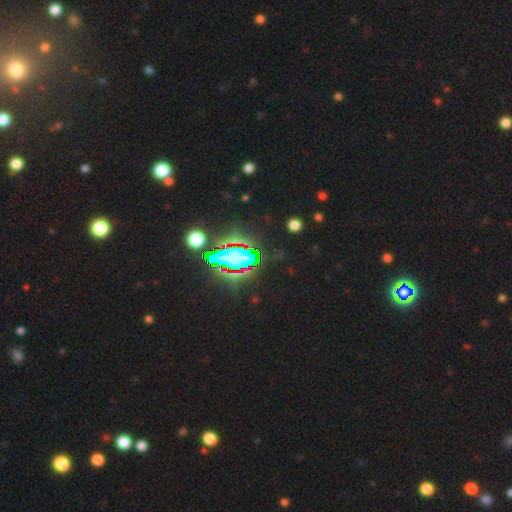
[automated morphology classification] Overall: star or artifact (75%).